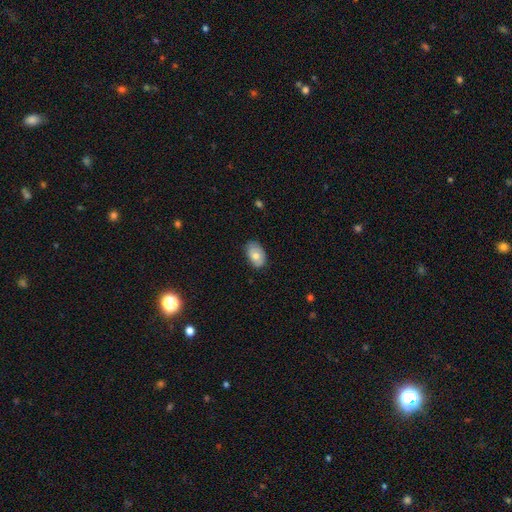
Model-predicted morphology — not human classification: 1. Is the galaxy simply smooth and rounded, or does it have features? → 72% smooth, 21% featured or disk, 7% star or artifact.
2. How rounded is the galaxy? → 88% in between, 10% round, 1% cigar-shaped.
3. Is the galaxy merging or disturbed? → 73% none, 23% minor disturbance, 3% major disturbance, 1% merger.